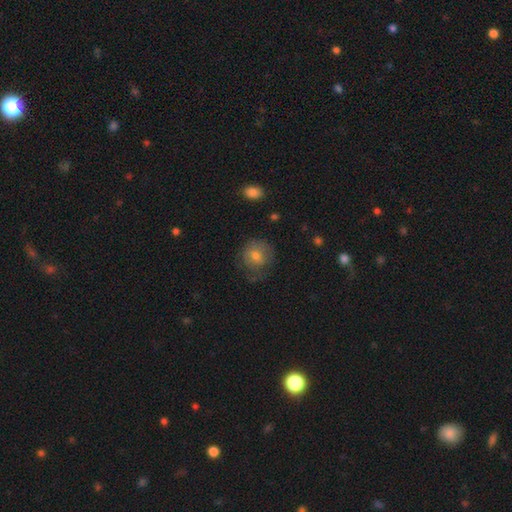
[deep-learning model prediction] smooth-or-featured: smooth: 59% | featured or disk: 29% | star or artifact: 11%
  how-rounded: round: 82% | in between: 17% | cigar-shaped: 1%
  merging: none: 63% | minor disturbance: 22% | major disturbance: 13% | merger: 2%